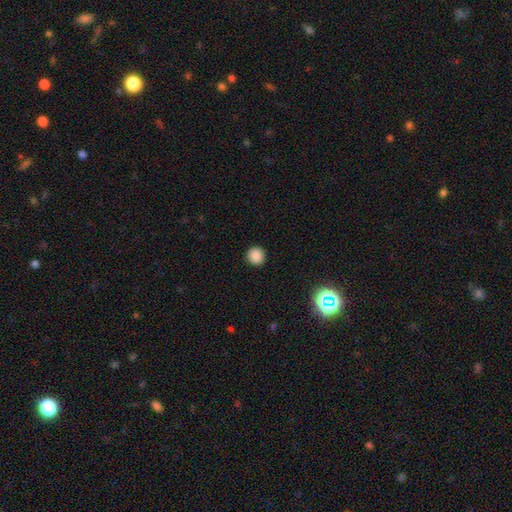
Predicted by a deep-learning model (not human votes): This is clearly a smooth galaxy (86%). How rounded: clearly round (94%). Merging: clearly none (92%).